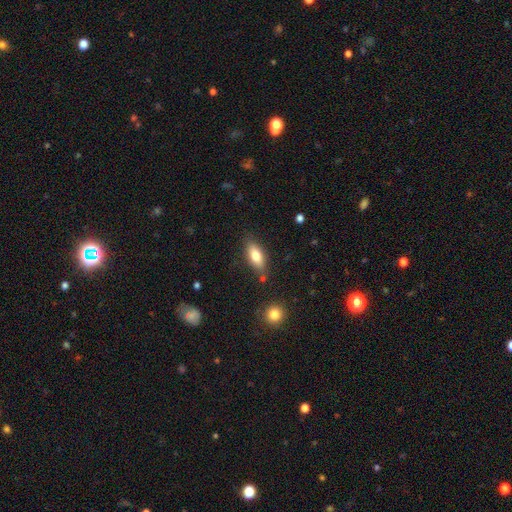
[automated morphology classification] A smooth galaxy with no disk features (76%) that is in between round and cigar-shaped (80%). Merging: none (80%).